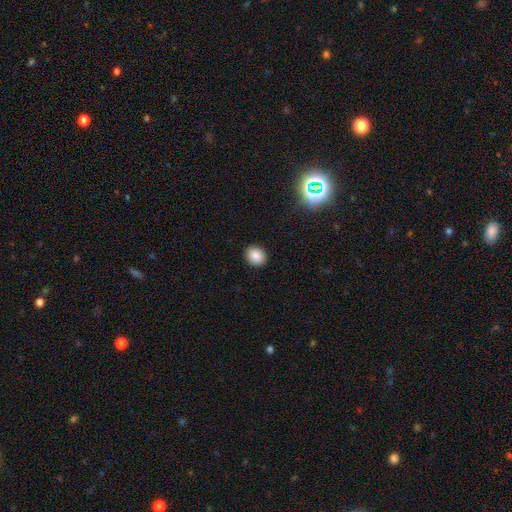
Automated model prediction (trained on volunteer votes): Morphology: type=smooth (86%); roundness=round (58%); merging=none (91%).